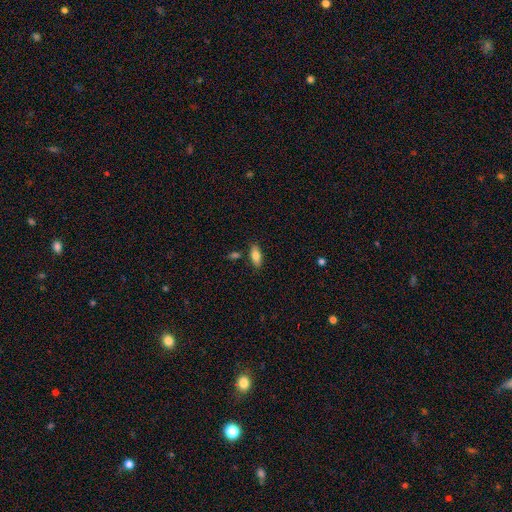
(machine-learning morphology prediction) smooth 81%, featured or disk 12%, star or artifact 7%. Down the decision tree: how rounded — in between (85%); merging — none (82%).